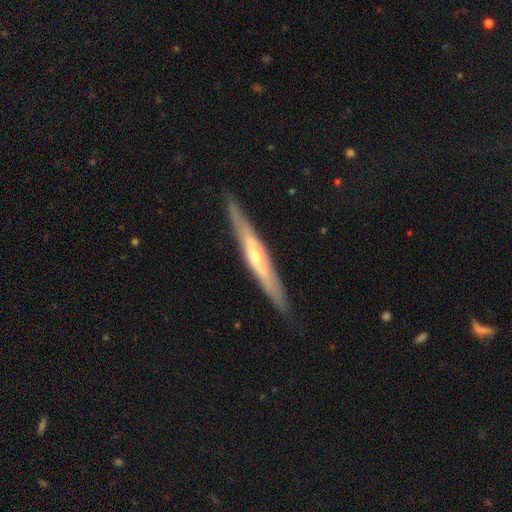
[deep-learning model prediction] Smooth or featured? featured or disk (64%)
Edge-on disk? yes (91%)
Edge-on bulge? rounded (64%)
Merging? none (88%)